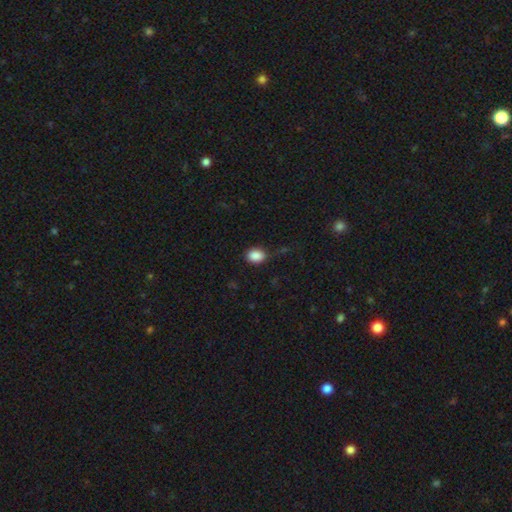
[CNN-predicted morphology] Smooth or featured? Predicted: smooth (p=0.88). How rounded? Predicted: in between (p=0.64). Merging? Predicted: none (p=0.76).